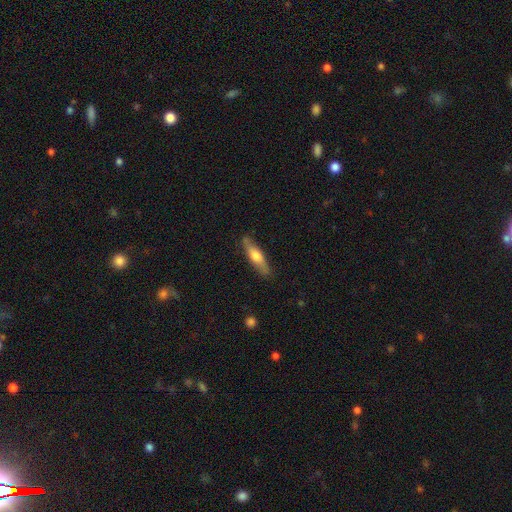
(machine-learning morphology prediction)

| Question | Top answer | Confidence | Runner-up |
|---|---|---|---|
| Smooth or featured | smooth | 55% | featured or disk (39%) |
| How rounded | cigar-shaped | 72% | in between (26%) |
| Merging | none | 83% | minor disturbance (13%) |